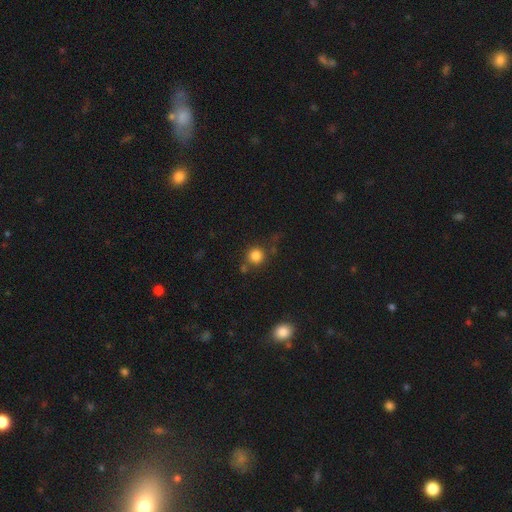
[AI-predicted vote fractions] Q: Smooth or featured?
A: smooth (83%); runner-up: star or artifact (12%)
Q: How rounded?
A: round (92%); runner-up: in between (7%)
Q: Merging?
A: none (73%); runner-up: minor disturbance (12%)